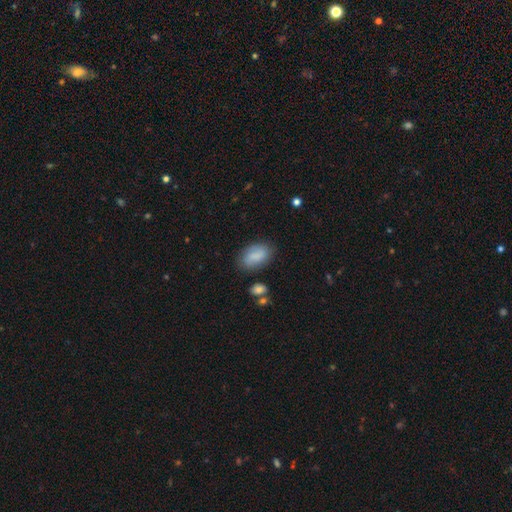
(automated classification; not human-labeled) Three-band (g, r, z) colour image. It shows a smooth galaxy with no disk features (77%) that is in between round and cigar-shaped (91%). Merging: none (75%).